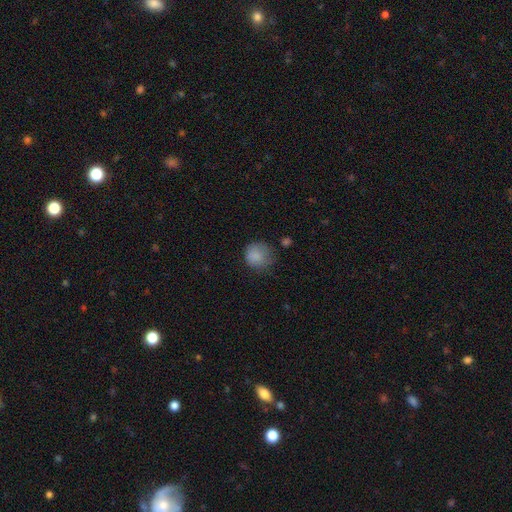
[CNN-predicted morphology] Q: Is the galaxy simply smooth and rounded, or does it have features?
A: smooth — 84%.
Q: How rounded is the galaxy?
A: round — 85%.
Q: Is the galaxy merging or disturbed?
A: none — 57%.